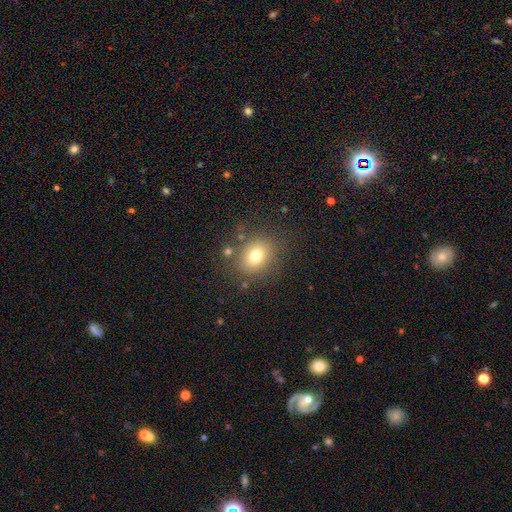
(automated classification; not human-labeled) Smooth or featured?
  - smooth: 74% *
  - star or artifact: 14%
  - featured or disk: 12%
How rounded?
  - round: 63% *
  - in between: 36%
  - cigar-shaped: 1%
Merging?
  - none: 80% *
  - minor disturbance: 11%
  - major disturbance: 5%
  - merger: 4%